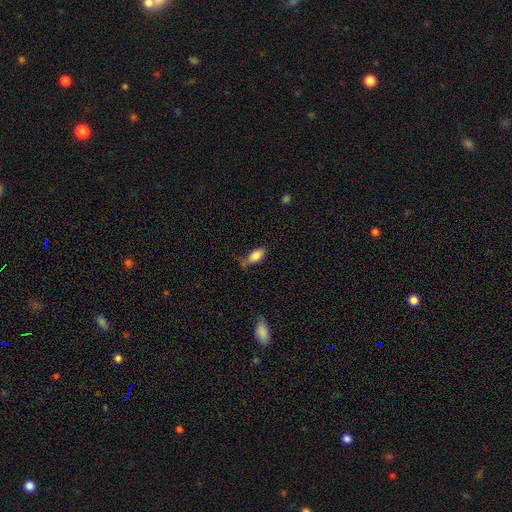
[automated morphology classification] This is clearly a smooth galaxy (85%). How rounded: clearly in between (91%). Merging: possibly none (48%).